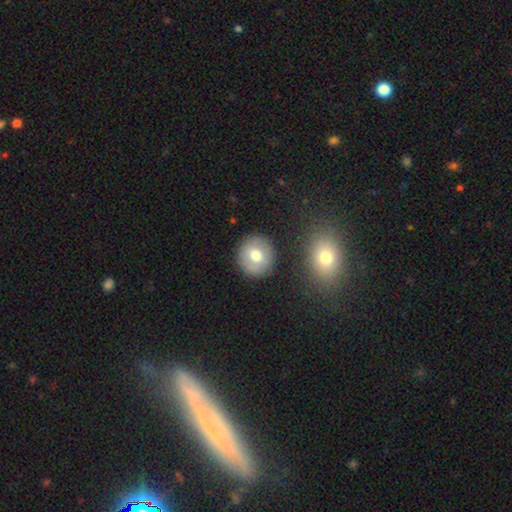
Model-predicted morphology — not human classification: smooth_or_featured: smooth (p=0.69) [alt: featured or disk p=0.23]
how_rounded: round (p=0.86) [alt: in between p=0.13]
merging: none (p=0.85) [alt: minor disturbance p=0.09]